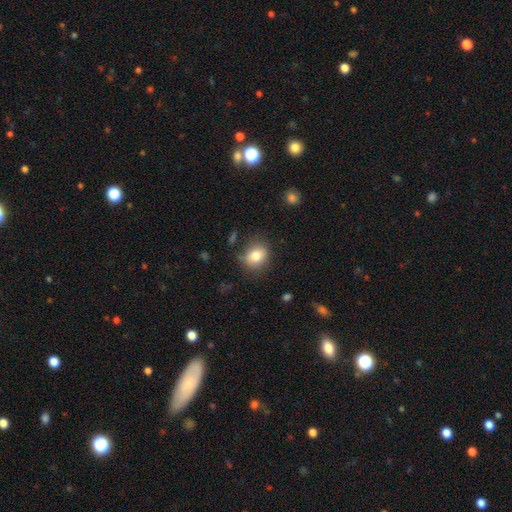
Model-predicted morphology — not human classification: A smooth galaxy with no disk features (80%) that is round (55%). Merging: none (70%).